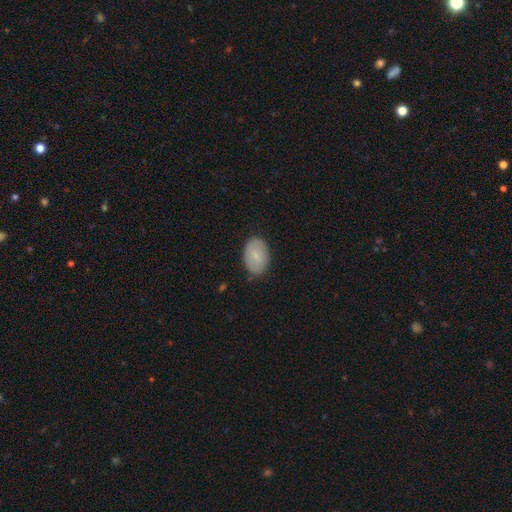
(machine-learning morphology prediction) Q: Smooth or featured?
A: smooth (77%); runner-up: featured or disk (17%)
Q: How rounded?
A: in between (88%); runner-up: round (11%)
Q: Merging?
A: none (84%); runner-up: minor disturbance (12%)